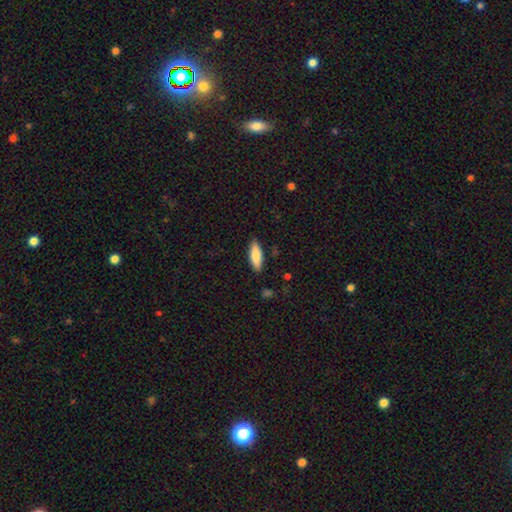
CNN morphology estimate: Smooth or featured? smooth (83%)
How rounded? in between (62%)
Merging? none (87%)